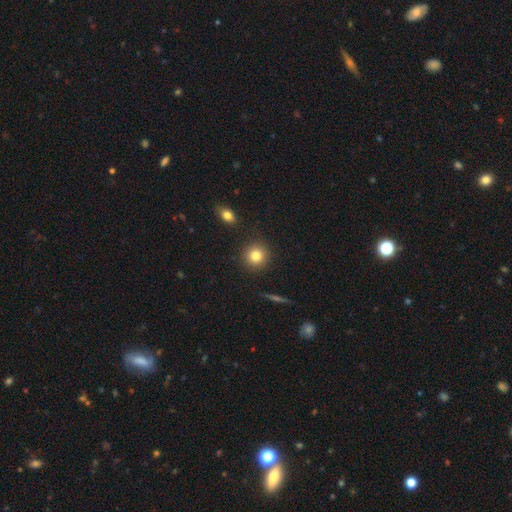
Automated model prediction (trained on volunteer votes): A smooth galaxy with no disk features (82%) that is round (92%).

Vote fractions:
- Smooth or featured? smooth: 82% / star or artifact: 10% / featured or disk: 8%
- How rounded? round: 92% / in between: 6% / cigar-shaped: 1%
- Merging? none: 89% / minor disturbance: 6% / merger: 2% / major disturbance: 2%